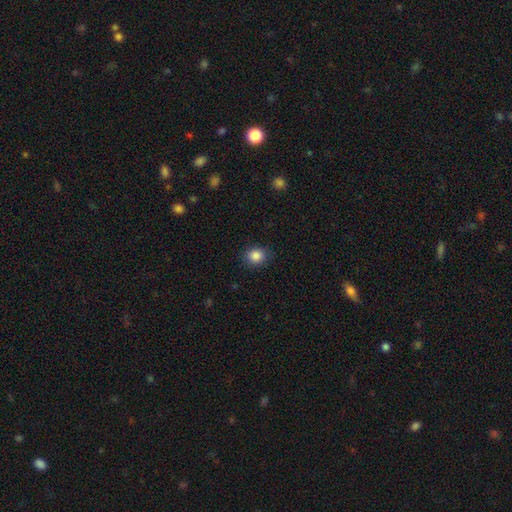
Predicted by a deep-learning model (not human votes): Smooth or featured? Predicted: smooth (p=0.86). How rounded? Predicted: round (p=0.69). Merging? Predicted: none (p=0.87).